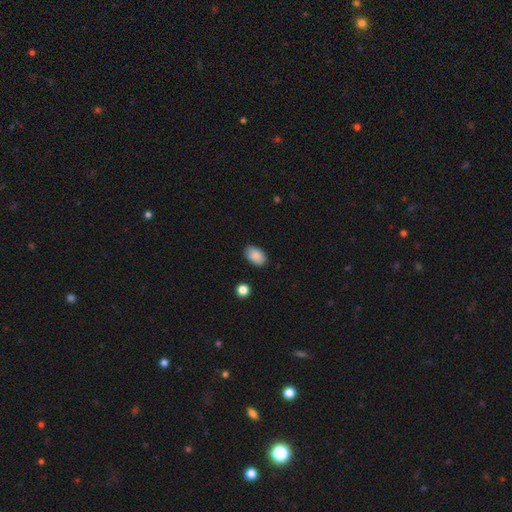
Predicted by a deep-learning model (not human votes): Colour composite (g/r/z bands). It shows a smooth galaxy with no disk features (89%) that is in between round and cigar-shaped (90%). Merging: none (87%).